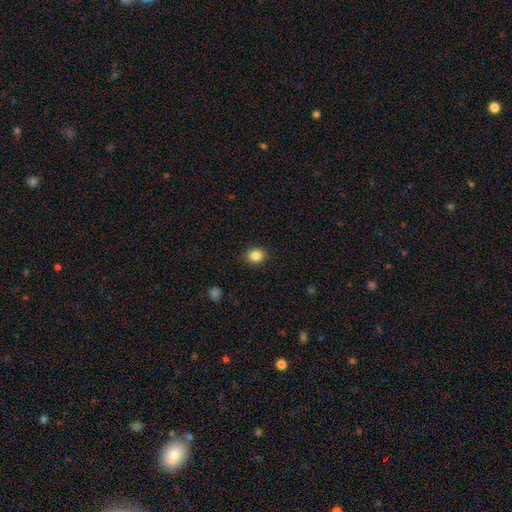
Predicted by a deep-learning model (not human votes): This is clearly a smooth galaxy (85%). How rounded: likely round (72%). Merging: clearly none (90%).